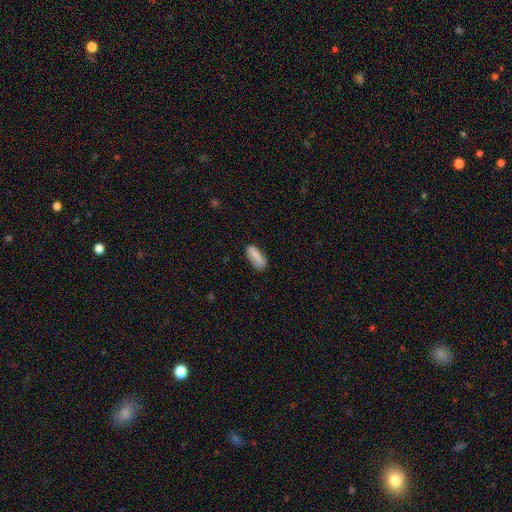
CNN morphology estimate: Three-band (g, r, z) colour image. It shows a smooth galaxy with no disk features (83%) that is in between round and cigar-shaped (74%). Merging: none (76%).